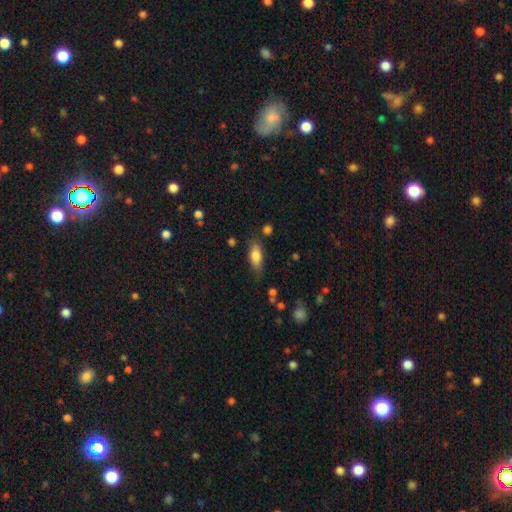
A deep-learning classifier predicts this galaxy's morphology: smooth-or-featured: smooth: 76% | featured or disk: 17% | star or artifact: 7%
  how-rounded: in between: 75% | cigar-shaped: 22% | round: 3%
  merging: none: 71% | minor disturbance: 20% | major disturbance: 5% | merger: 4%